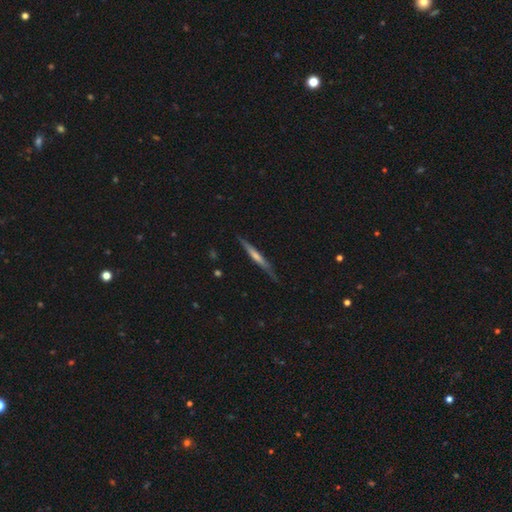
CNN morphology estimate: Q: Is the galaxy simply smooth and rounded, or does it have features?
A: featured or disk — 57%.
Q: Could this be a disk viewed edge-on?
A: yes — 95%.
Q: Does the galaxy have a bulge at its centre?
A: none — 50%.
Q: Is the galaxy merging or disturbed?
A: none — 79%.